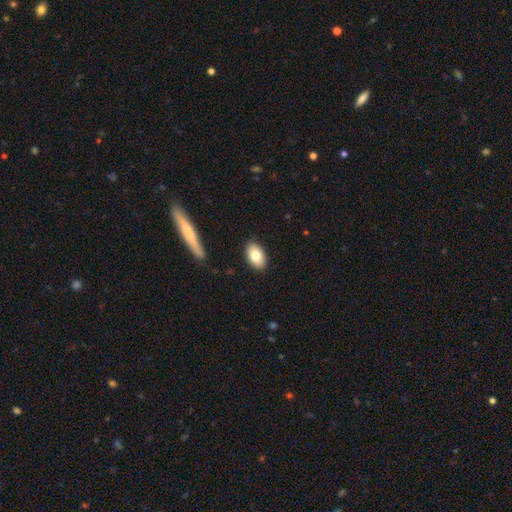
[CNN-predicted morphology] Smooth or featured: smooth — 79% (featured or disk — 14%)
How rounded: in between — 92% (round — 7%)
Merging: none — 89% (minor disturbance — 8%)